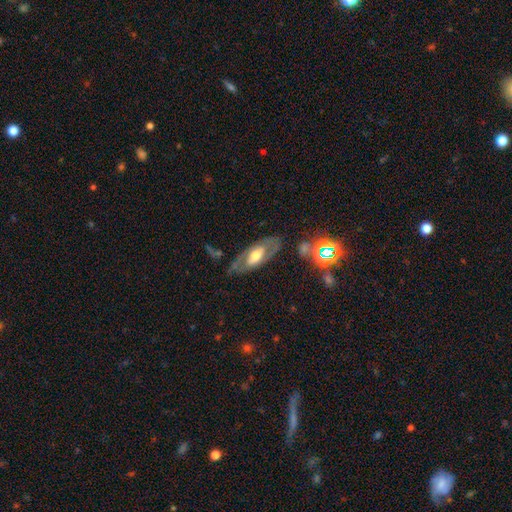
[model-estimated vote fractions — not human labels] Morphology: type=featured or disk (64%); edge-on=no (84%); bar=no (50%); spiral arms=yes (54%); bulge=moderate (61%); merging=none (70%).